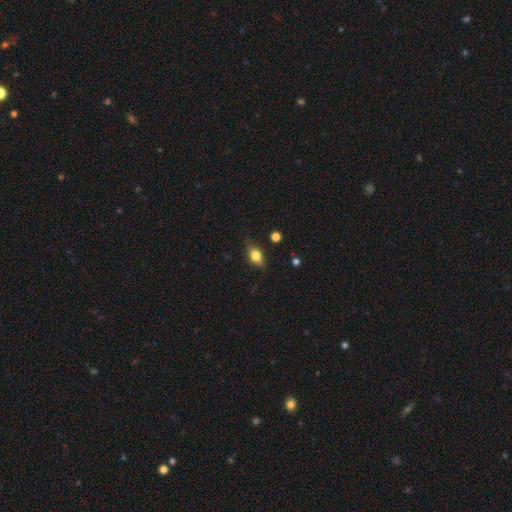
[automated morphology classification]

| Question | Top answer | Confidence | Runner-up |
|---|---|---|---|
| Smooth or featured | smooth | 68% | featured or disk (23%) |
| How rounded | in between | 75% | round (18%) |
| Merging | none | 74% | minor disturbance (20%) |